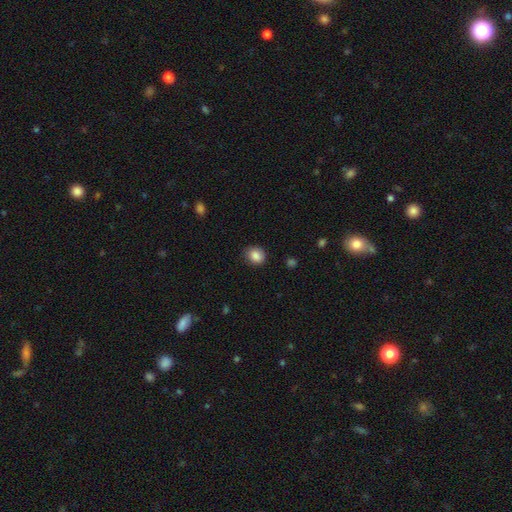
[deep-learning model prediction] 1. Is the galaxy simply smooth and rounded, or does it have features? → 87% smooth, 9% star or artifact, 4% featured or disk.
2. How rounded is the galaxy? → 69% round, 30% in between, 1% cigar-shaped.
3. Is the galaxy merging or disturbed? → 86% none, 10% minor disturbance, 2% major disturbance, 1% merger.